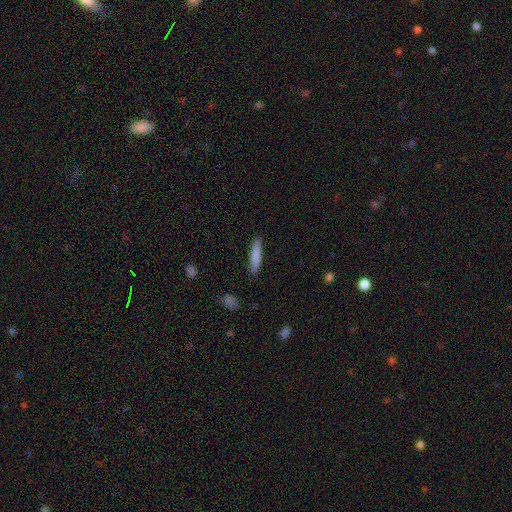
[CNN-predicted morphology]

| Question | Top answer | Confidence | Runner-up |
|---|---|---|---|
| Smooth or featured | smooth | 82% | featured or disk (11%) |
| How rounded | cigar-shaped | 84% | in between (14%) |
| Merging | none | 88% | minor disturbance (9%) |